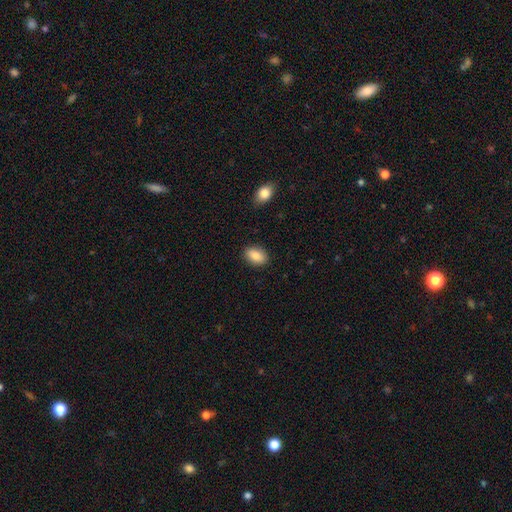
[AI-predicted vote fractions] smooth 86%, star or artifact 7%, featured or disk 6%. Down the decision tree: how rounded — in between (86%); merging — none (88%).